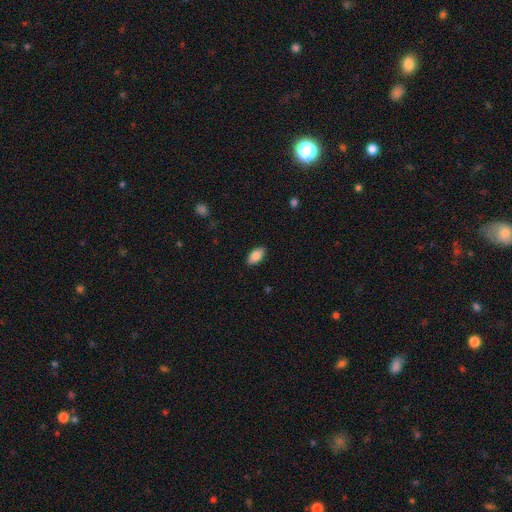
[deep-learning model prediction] Smooth or featured?
  - smooth: 85% *
  - featured or disk: 8%
  - star or artifact: 7%
How rounded?
  - in between: 93% *
  - cigar-shaped: 5%
  - round: 3%
Merging?
  - none: 89% *
  - minor disturbance: 8%
  - major disturbance: 2%
  - merger: 1%